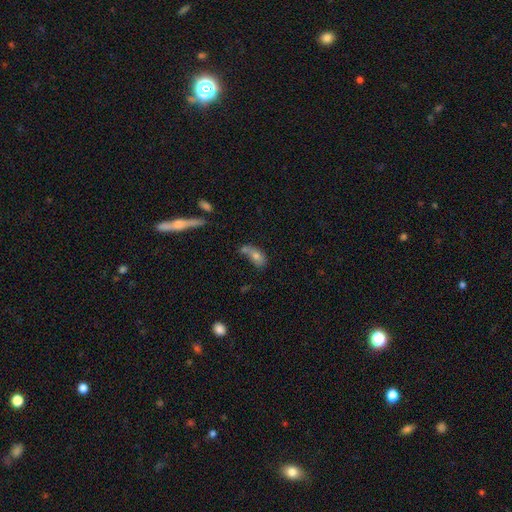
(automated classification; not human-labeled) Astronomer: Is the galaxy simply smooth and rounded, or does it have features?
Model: smooth — 61%.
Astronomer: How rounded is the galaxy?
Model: in between — 79%.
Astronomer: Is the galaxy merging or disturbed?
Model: none — 38% (runner-up: merger, 33%).